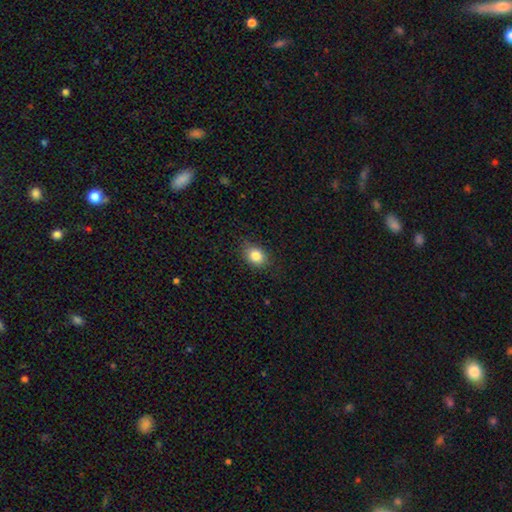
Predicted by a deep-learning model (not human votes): Morphology: type=smooth (83%); roundness=in between (55%); merging=none (81%).